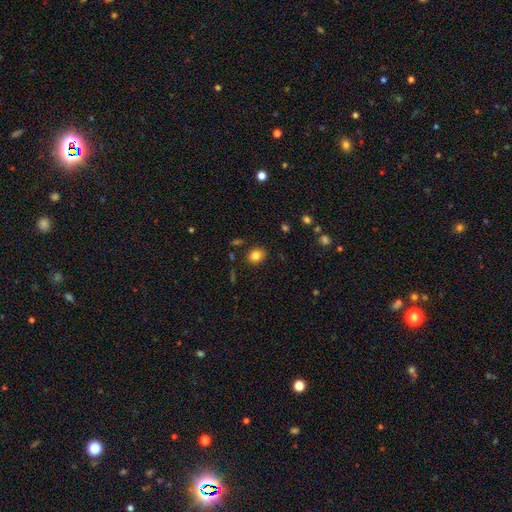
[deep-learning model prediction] A smooth galaxy with no disk features (83%) that is round (60%). Merging: none (87%).